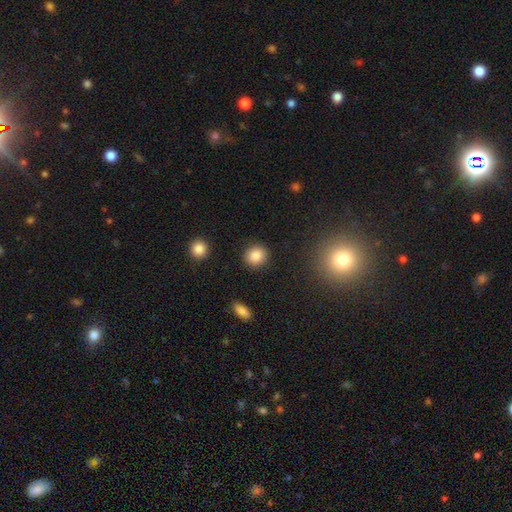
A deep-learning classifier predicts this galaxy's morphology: A smooth galaxy with no disk features (85%) that is round (84%). Merging: none (90%).